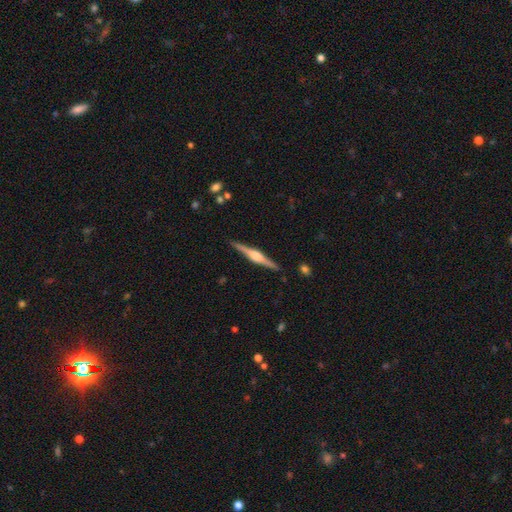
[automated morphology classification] Smooth or featured? featured or disk (80%)
Edge-on disk? yes (98%)
Edge-on bulge? rounded (77%)
Merging? none (90%)